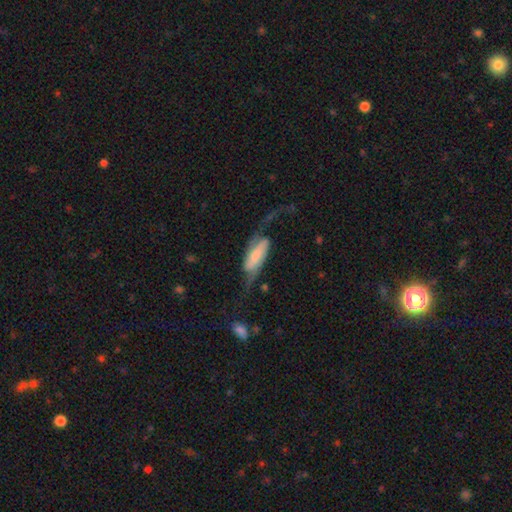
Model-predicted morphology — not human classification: Overall: featured or disk (66%; smooth 28%). Edge-on disk: no (85%). Bar: strong (39%; weak 32%). Spiral arms: yes (88%). Bulge size: small (35%; moderate 26%). Merging: none (39%; major disturbance 38%).